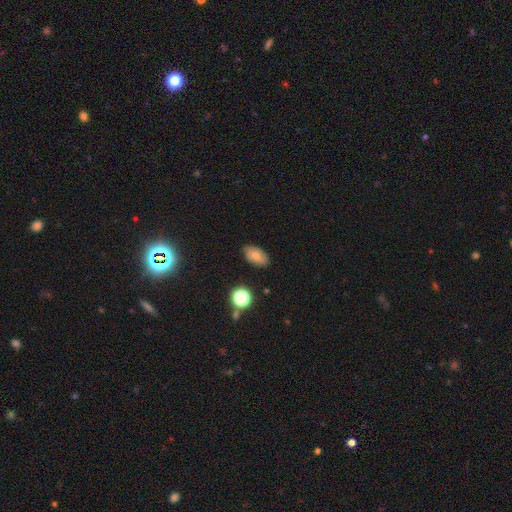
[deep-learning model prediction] A smooth galaxy with no disk features (71%) that is in between round and cigar-shaped (91%). Merging: none (84%).